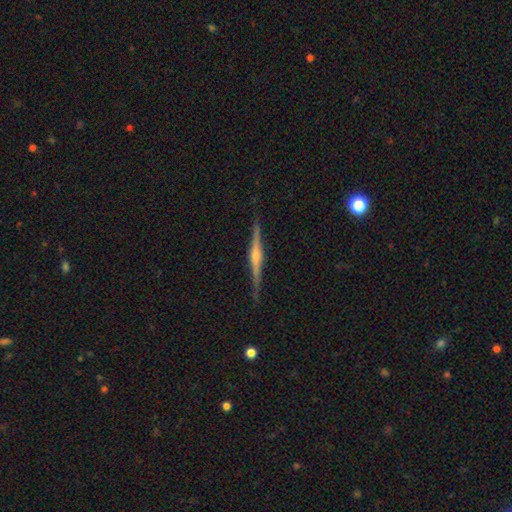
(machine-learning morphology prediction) Smooth or featured? Predicted: featured or disk (p=0.83). Edge-on disk? Predicted: yes (p=0.98). Edge-on bulge? Predicted: rounded (p=0.85). Merging? Predicted: none (p=0.89).